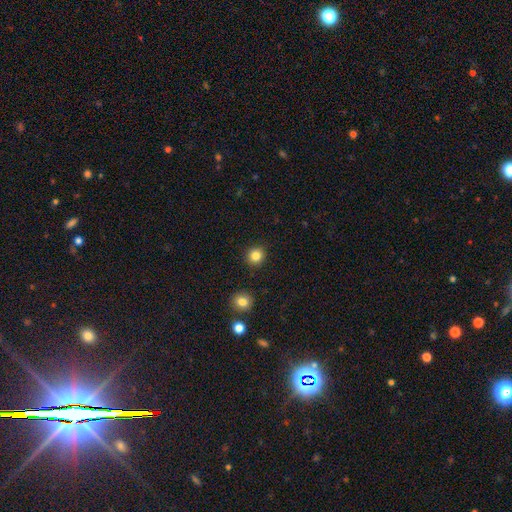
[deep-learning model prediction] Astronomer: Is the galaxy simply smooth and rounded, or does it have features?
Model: smooth — 83%.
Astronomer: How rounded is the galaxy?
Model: round — 89%.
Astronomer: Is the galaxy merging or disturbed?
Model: none — 91%.